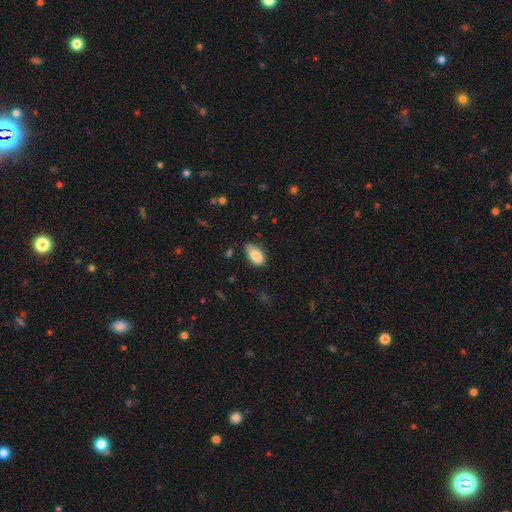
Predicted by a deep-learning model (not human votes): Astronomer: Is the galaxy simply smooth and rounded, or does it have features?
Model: smooth — 85%.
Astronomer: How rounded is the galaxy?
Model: in between — 93%.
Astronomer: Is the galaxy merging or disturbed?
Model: none — 71%.